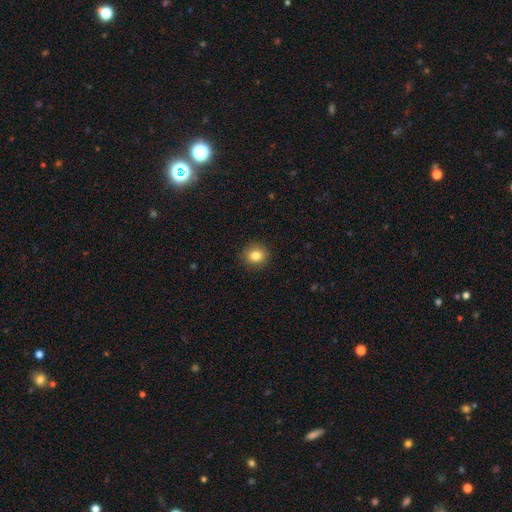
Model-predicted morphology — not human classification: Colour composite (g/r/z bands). It shows a smooth galaxy with no disk features (82%) that is round (86%). Merging: none (90%).